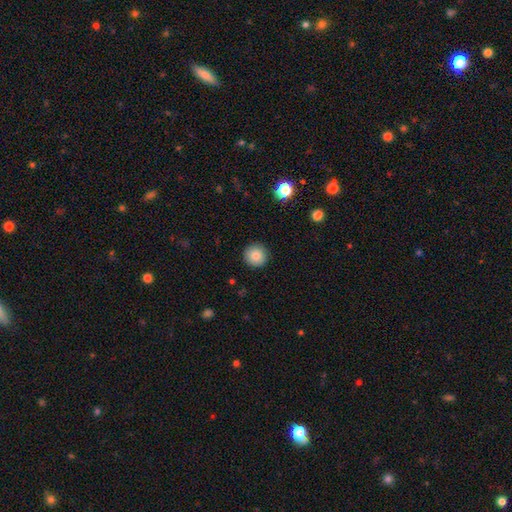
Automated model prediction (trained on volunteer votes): A smooth galaxy with no disk features (85%) that is round (95%).

Vote fractions:
- Smooth or featured? smooth: 85% / star or artifact: 9% / featured or disk: 6%
- How rounded? round: 95% / in between: 4% / cigar-shaped: 1%
- Merging? none: 91% / minor disturbance: 6% / major disturbance: 2% / merger: 1%